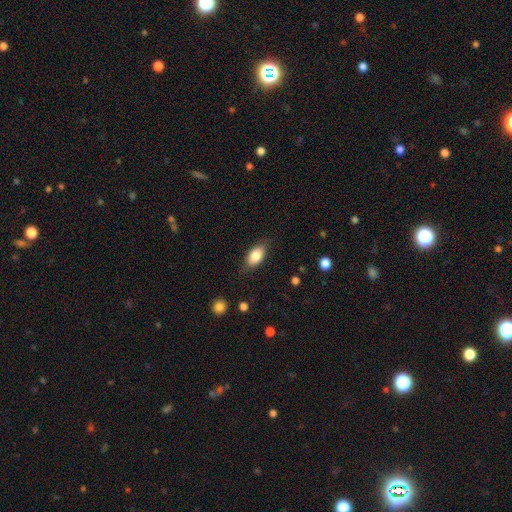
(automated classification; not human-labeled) Q: Smooth or featured?
A: smooth (83%); runner-up: featured or disk (10%)
Q: How rounded?
A: in between (89%); runner-up: round (6%)
Q: Merging?
A: none (78%); runner-up: minor disturbance (16%)